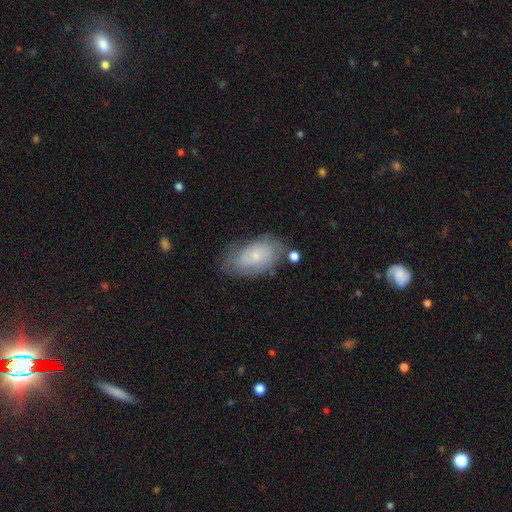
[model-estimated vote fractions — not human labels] smooth 49%, featured or disk 43%, star or artifact 8%. Down the decision tree: merging — none (60%).